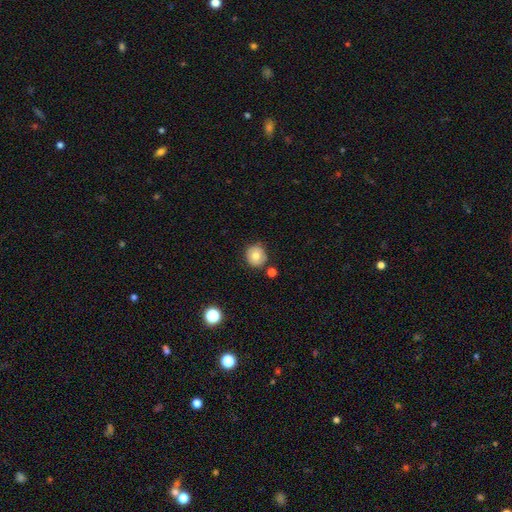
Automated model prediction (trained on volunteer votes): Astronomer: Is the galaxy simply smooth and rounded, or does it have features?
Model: smooth — 75%.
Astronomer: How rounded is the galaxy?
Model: round — 89%.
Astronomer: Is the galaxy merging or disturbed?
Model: none — 82%.